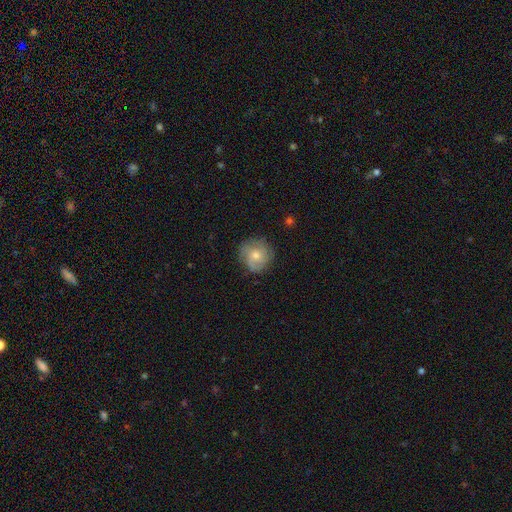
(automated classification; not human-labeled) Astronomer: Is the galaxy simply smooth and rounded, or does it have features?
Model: smooth — 55% (runner-up: featured or disk, 37%).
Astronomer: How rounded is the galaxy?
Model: round — 90%.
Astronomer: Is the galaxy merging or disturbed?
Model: none — 76%.